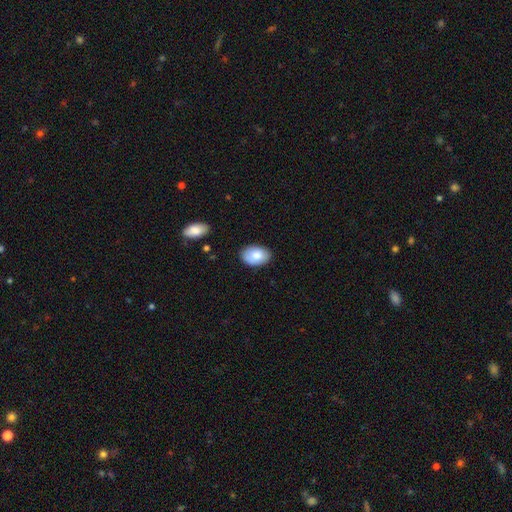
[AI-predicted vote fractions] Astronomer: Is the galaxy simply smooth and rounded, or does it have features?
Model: smooth — 84%.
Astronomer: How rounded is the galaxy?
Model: in between — 89%.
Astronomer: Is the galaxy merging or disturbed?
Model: none — 83%.